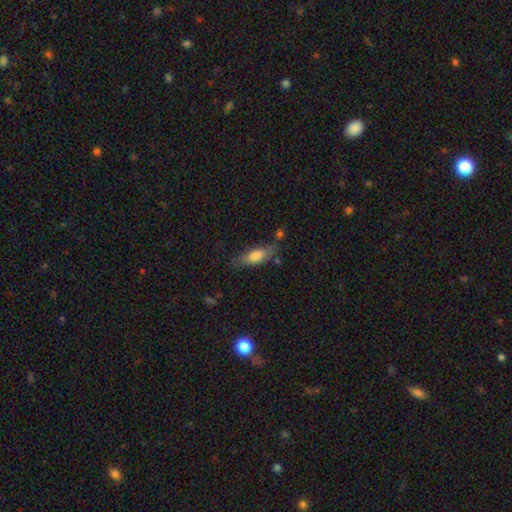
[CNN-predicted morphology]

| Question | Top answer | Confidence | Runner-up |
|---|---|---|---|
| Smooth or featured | smooth | 74% | featured or disk (19%) |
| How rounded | in between | 67% | cigar-shaped (31%) |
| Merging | none | 62% | minor disturbance (24%) |